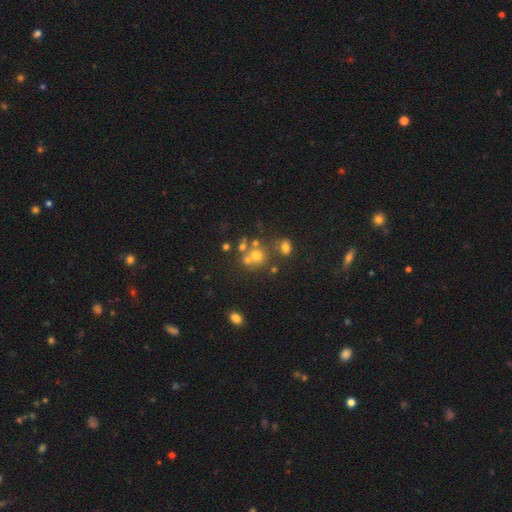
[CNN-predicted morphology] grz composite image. It shows a smooth galaxy with no disk features (58%) that is round (81%). Merging: none (49%).